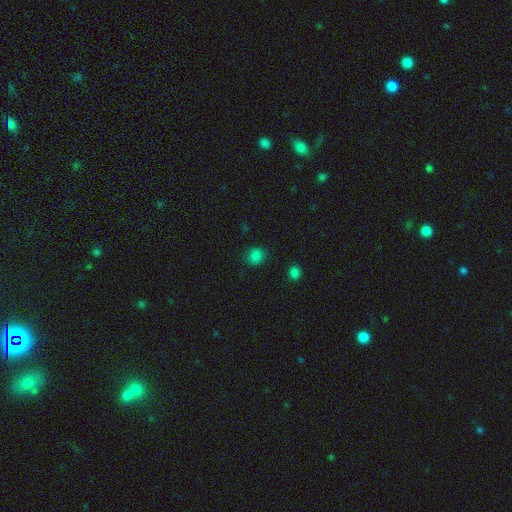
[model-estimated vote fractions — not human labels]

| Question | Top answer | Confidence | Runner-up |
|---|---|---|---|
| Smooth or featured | smooth | 82% | star or artifact (15%) |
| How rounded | round | 82% | in between (17%) |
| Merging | none | 86% | minor disturbance (9%) |